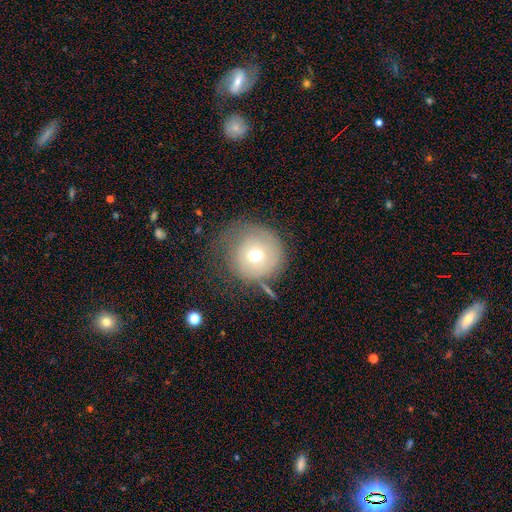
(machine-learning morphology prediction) Overall: smooth (59%; featured or disk 30%). How rounded: round (90%). Merging: none (52%; minor disturbance 22%).